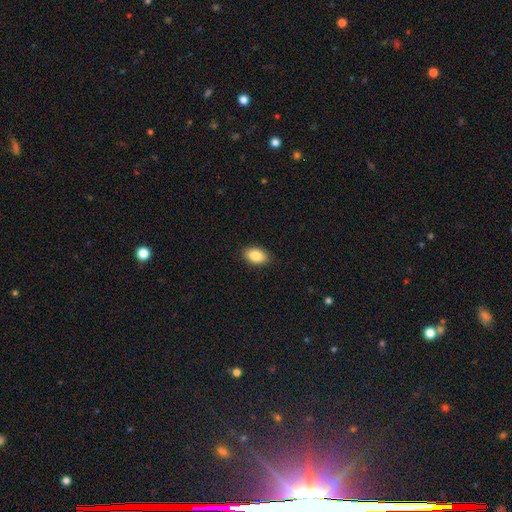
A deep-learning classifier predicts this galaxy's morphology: Smooth or featured? smooth (87%)
How rounded? in between (91%)
Merging? none (88%)